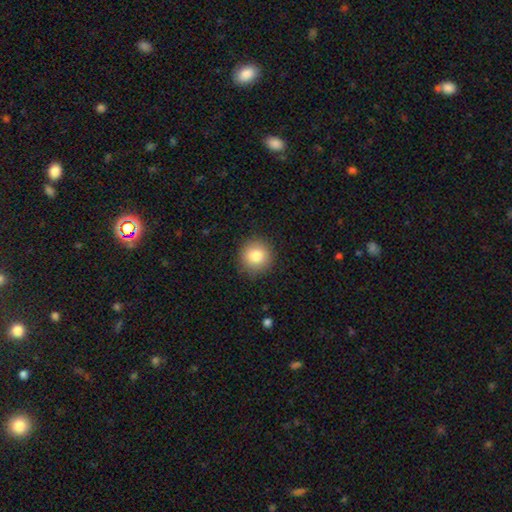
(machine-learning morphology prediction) type=smooth (82%); roundness=round (93%); merging=none (90%).